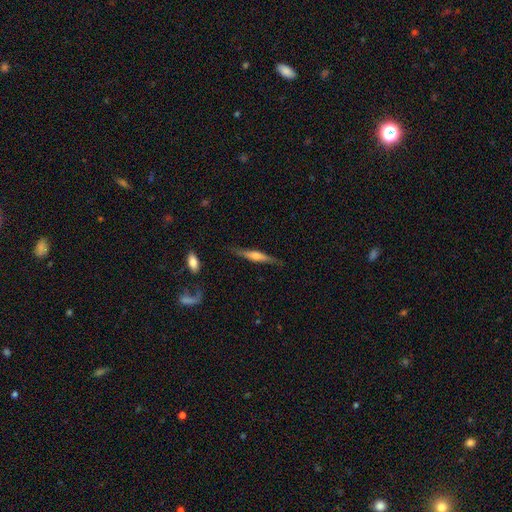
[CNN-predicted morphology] Q: Smooth or featured?
A: featured or disk (65%); runner-up: smooth (29%)
Q: Edge-on disk?
A: yes (96%); runner-up: no (4%)
Q: Edge-on bulge?
A: rounded (73%); runner-up: boxy (17%)
Q: Merging?
A: none (84%); runner-up: minor disturbance (12%)